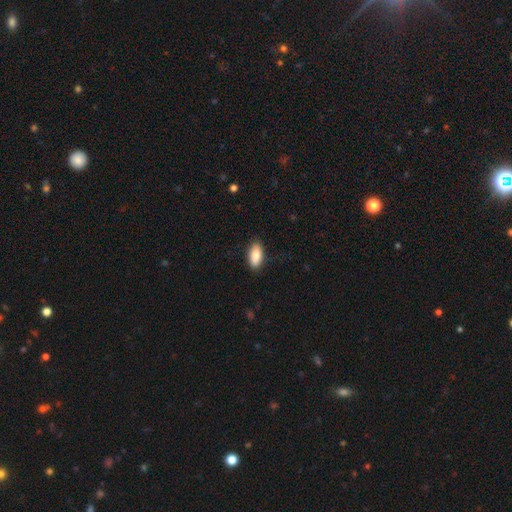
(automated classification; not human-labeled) Q: Smooth or featured?
A: smooth (87%); runner-up: featured or disk (7%)
Q: How rounded?
A: in between (89%); runner-up: cigar-shaped (9%)
Q: Merging?
A: none (87%); runner-up: minor disturbance (10%)